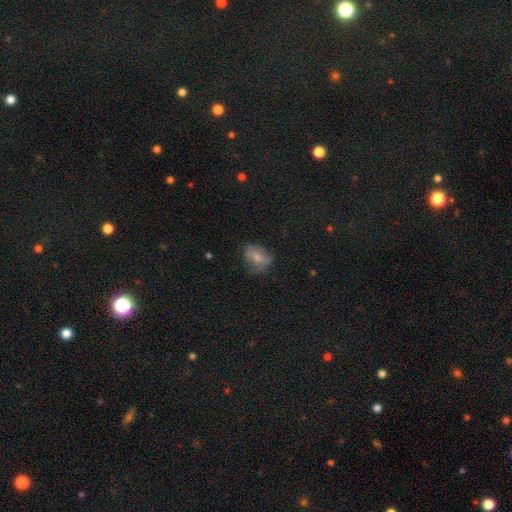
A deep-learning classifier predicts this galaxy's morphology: The model was most divided on "smooth or featured": smooth: 50%, featured or disk: 30%, star or artifact: 20%. More confident: merging — none (64%).